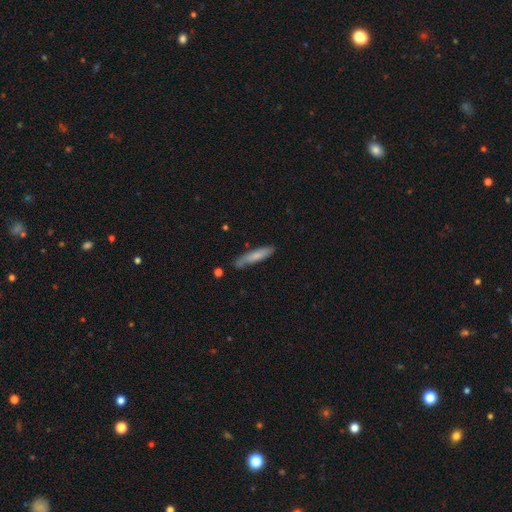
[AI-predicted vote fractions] This appears to be a smooth galaxy with no disk features (73%) that is cigar-shaped (88%). Merging: none (75%).